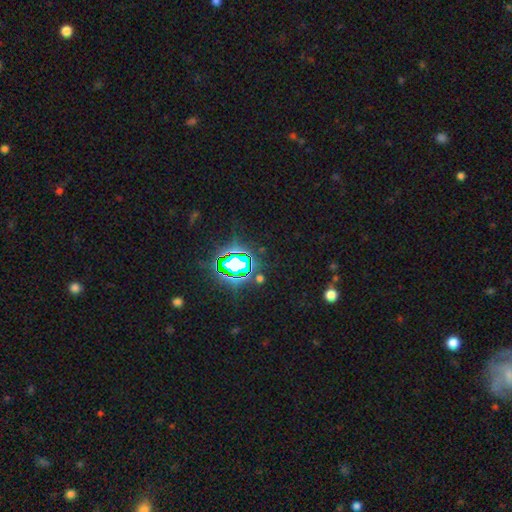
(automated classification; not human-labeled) Q: Smooth or featured?
A: star or artifact (78%); runner-up: smooth (14%)